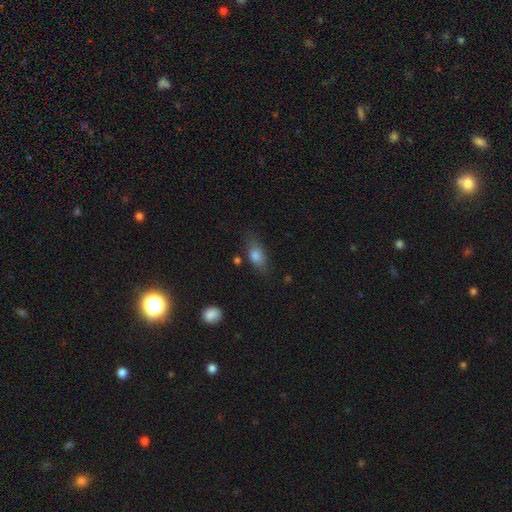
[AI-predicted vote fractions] This appears to be a smooth galaxy with no disk features (76%) that is in between round and cigar-shaped (79%). Merging: none (69%).